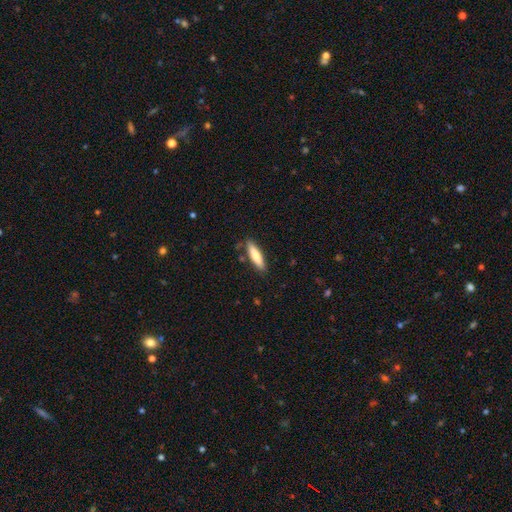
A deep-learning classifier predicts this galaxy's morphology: Smooth or featured: smooth — 77% (featured or disk — 18%)
How rounded: cigar-shaped — 73% (in between — 26%)
Merging: none — 83% (minor disturbance — 12%)